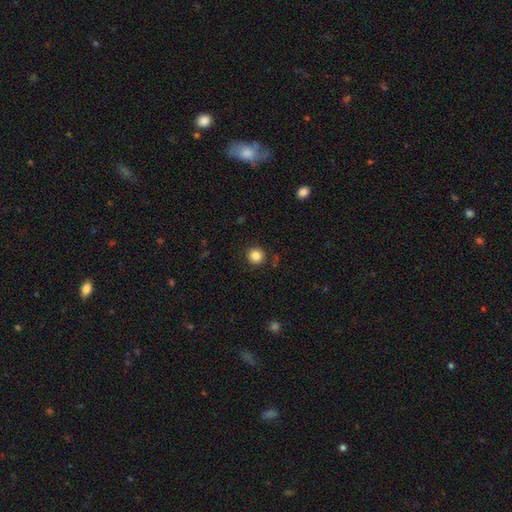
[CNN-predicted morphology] smooth_or_featured: smooth (p=0.85) [alt: star or artifact p=0.11]
how_rounded: round (p=0.93) [alt: in between p=0.06]
merging: none (p=0.89) [alt: minor disturbance p=0.07]